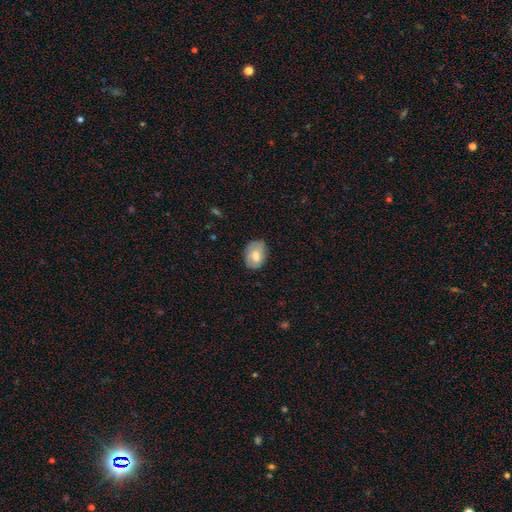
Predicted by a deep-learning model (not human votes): The model was most divided on "smooth or featured": smooth: 70%, featured or disk: 23%, star or artifact: 7%. More confident: how rounded — in between (73%); merging — none (73%).